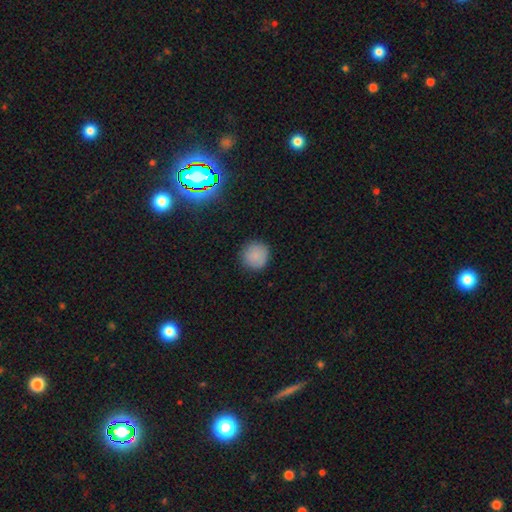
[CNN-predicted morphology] smooth_or_featured: smooth (p=0.86) [alt: star or artifact p=0.10]
how_rounded: round (p=0.94) [alt: in between p=0.05]
merging: none (p=0.89) [alt: minor disturbance p=0.07]